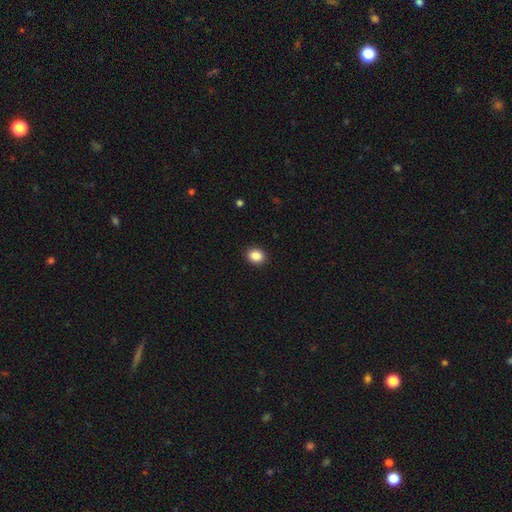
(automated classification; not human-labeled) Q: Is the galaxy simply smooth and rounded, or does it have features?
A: smooth — 88%.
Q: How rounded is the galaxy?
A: round — 62%.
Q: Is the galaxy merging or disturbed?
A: none — 91%.